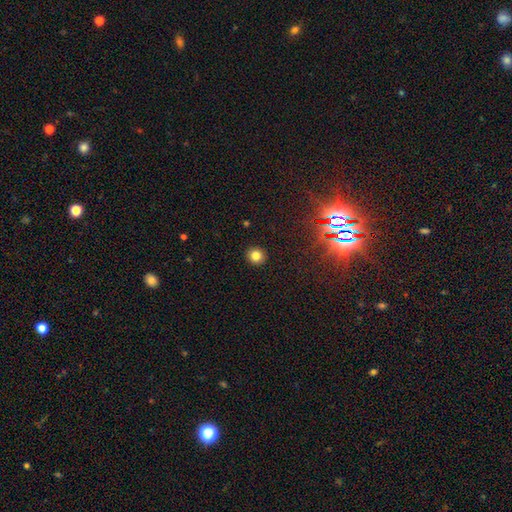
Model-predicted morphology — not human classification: smooth_or_featured: smooth (p=0.80) [alt: star or artifact p=0.14]
how_rounded: round (p=0.91) [alt: in between p=0.08]
merging: none (p=0.93) [alt: minor disturbance p=0.05]